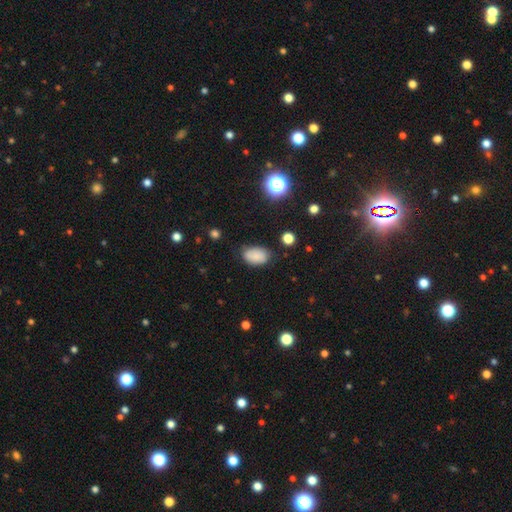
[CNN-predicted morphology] This appears to be a smooth galaxy with no disk features (83%) that is in between round and cigar-shaped (89%). Merging: none (74%).